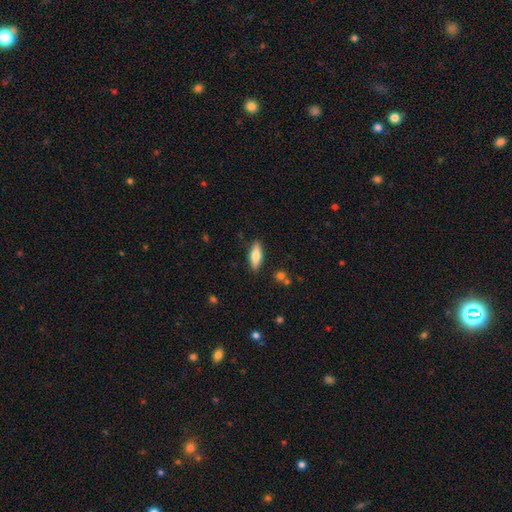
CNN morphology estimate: Smooth or featured: smooth — 67% (featured or disk — 26%)
How rounded: in between — 63% (cigar-shaped — 34%)
Merging: none — 87% (minor disturbance — 9%)